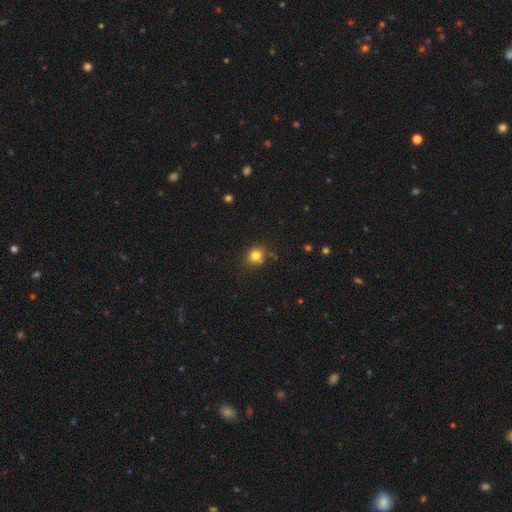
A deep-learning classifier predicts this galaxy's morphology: Smooth or featured: smooth — 79% (star or artifact — 13%)
How rounded: round — 73% (in between — 26%)
Merging: none — 75% (minor disturbance — 15%)